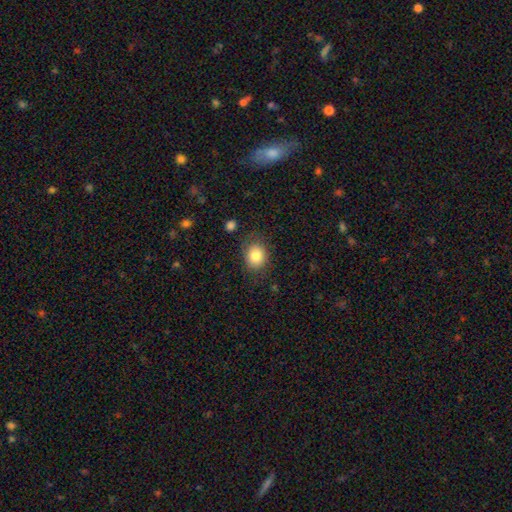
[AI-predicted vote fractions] Morphology: type=smooth (83%); roundness=round (55%); merging=none (77%).